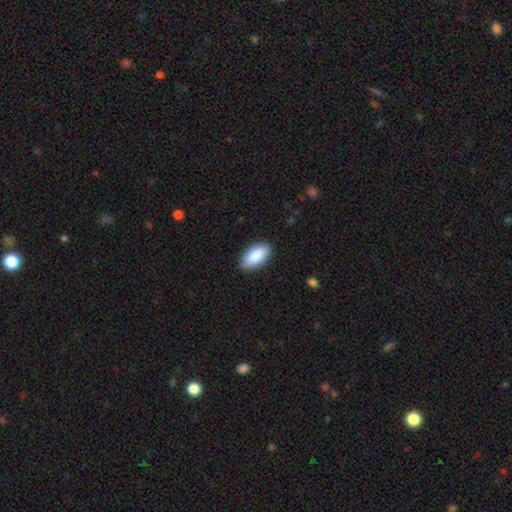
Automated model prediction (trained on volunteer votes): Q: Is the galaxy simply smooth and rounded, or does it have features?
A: smooth — 89%.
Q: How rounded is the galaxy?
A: in between — 94%.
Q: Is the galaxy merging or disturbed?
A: none — 87%.